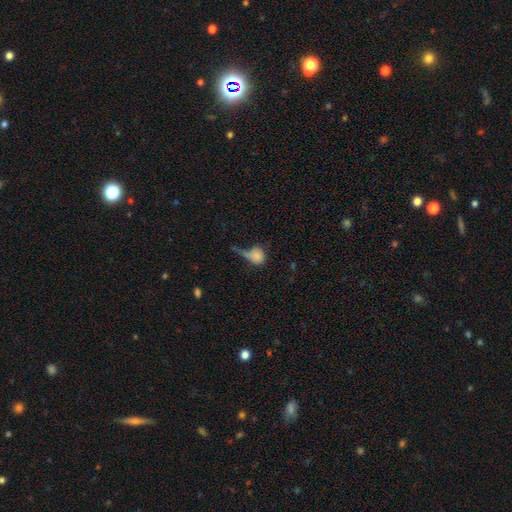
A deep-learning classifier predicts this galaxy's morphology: A smooth galaxy with no disk features (75%) that is round (60%).

Vote fractions:
- Smooth or featured? smooth: 75% / featured or disk: 15% / star or artifact: 10%
- How rounded? round: 60% / in between: 37% / cigar-shaped: 3%
- Merging? major disturbance: 40% / none: 24% / minor disturbance: 22% / merger: 14%